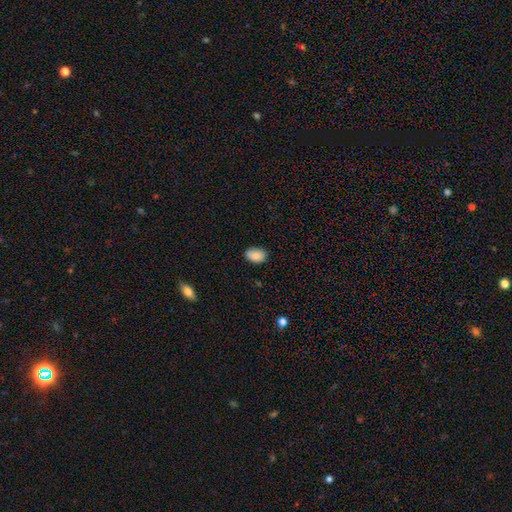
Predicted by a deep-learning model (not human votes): Morphology: type=smooth (84%); roundness=in between (85%); merging=none (81%).